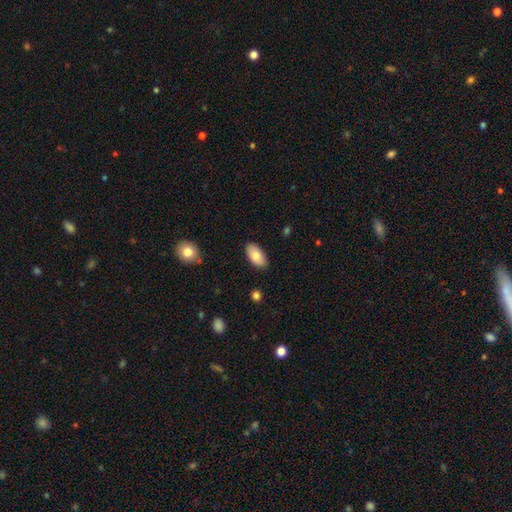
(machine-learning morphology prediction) Overall: smooth (82%). How rounded: in between (94%). Merging: none (86%).